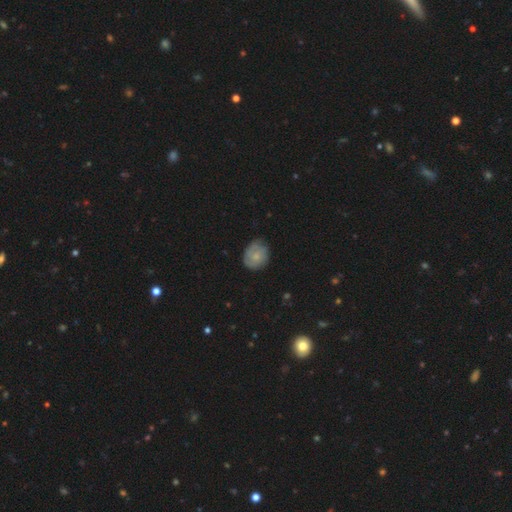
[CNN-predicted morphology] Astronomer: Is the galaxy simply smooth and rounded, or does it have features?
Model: smooth — 61%.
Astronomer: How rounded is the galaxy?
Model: round — 63%.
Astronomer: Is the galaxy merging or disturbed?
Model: none — 65%.